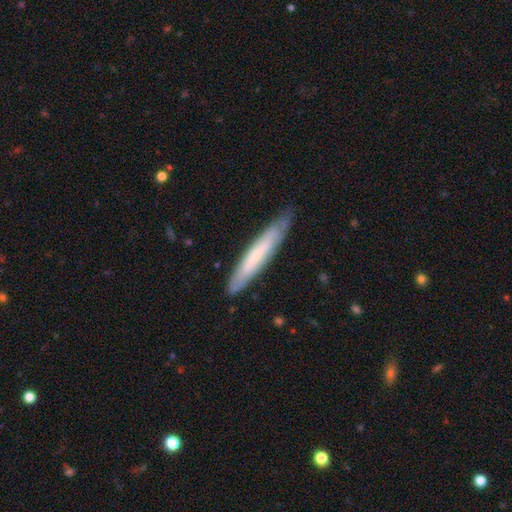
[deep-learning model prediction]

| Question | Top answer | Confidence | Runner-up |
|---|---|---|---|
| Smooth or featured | smooth | 54% | featured or disk (41%) |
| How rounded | cigar-shaped | 91% | in between (8%) |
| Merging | none | 80% | minor disturbance (16%) |